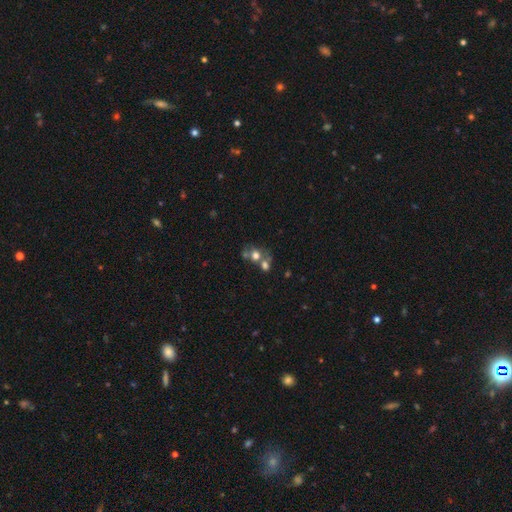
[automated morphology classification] This appears to be a smooth galaxy with no disk features (61%) that is round (67%). Merging: merger (47%).